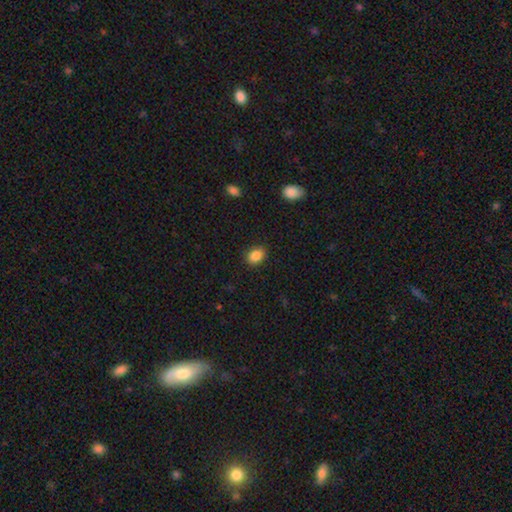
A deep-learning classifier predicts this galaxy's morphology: A smooth galaxy with no disk features (87%) that is in between round and cigar-shaped (72%). Merging: none (87%).